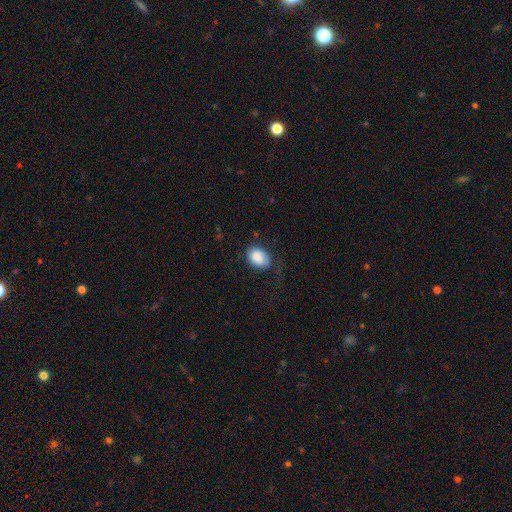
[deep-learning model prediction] Smooth or featured?
  - smooth: 85% *
  - featured or disk: 8%
  - star or artifact: 7%
How rounded?
  - in between: 78% *
  - round: 21%
  - cigar-shaped: 1%
Merging?
  - none: 57% *
  - minor disturbance: 26%
  - major disturbance: 16%
  - merger: 2%